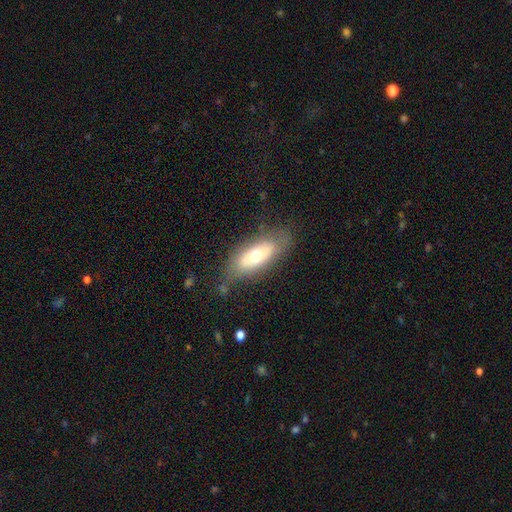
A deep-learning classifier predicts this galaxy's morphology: smooth-or-featured: smooth: 55% | featured or disk: 38% | star or artifact: 7%
  how-rounded: in between: 78% | cigar-shaped: 18% | round: 3%
  merging: none: 72% | minor disturbance: 19% | major disturbance: 7% | merger: 2%